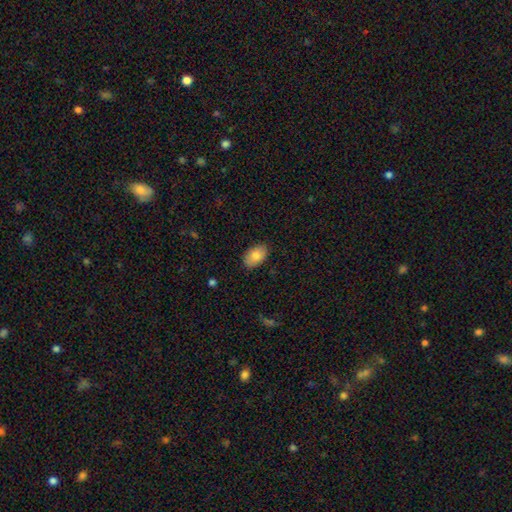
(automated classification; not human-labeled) The model was most divided on "merging": none: 84%, minor disturbance: 12%, major disturbance: 3%, merger: 1%. More confident: how rounded — in between (91%); smooth or featured — smooth (85%).